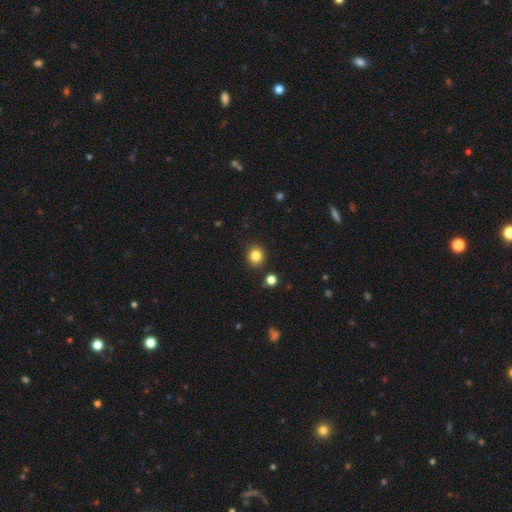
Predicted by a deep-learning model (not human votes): Smooth or featured: smooth — 83% (star or artifact — 12%)
How rounded: round — 84% (in between — 16%)
Merging: none — 87% (minor disturbance — 8%)